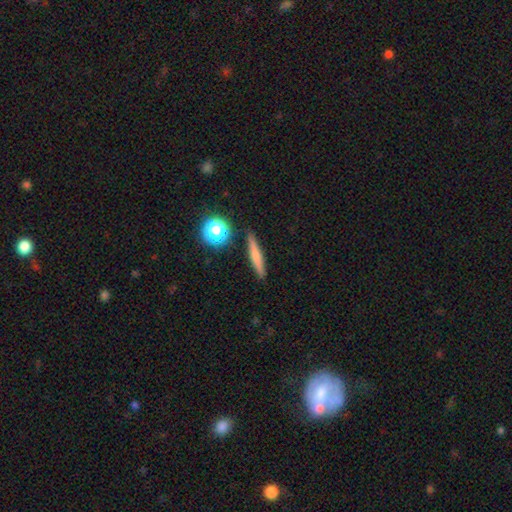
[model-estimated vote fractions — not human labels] Smooth or featured?
  - smooth: 56% *
  - featured or disk: 34%
  - star or artifact: 10%
How rounded?
  - cigar-shaped: 86% *
  - in between: 8%
  - round: 6%
Merging?
  - none: 88% *
  - minor disturbance: 8%
  - merger: 2%
  - major disturbance: 2%